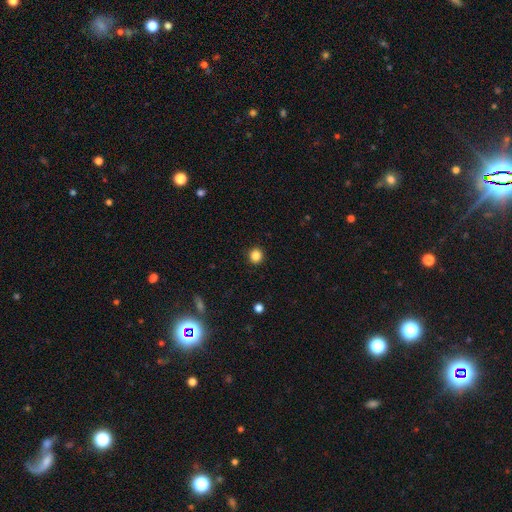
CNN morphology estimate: smooth-or-featured: smooth: 85% | star or artifact: 11% | featured or disk: 4%
  how-rounded: round: 93% | in between: 6% | cigar-shaped: 1%
  merging: none: 93% | minor disturbance: 5% | major disturbance: 2% | merger: 1%